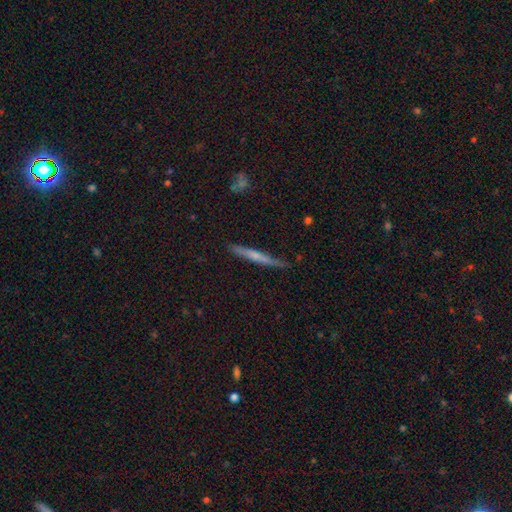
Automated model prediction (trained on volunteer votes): The model was most divided on "edge-on bulge": none: 48%, rounded: 44%, boxy: 8%. More confident: edge-on disk — yes (96%); merging — none (86%); smooth or featured — featured or disk (53%).